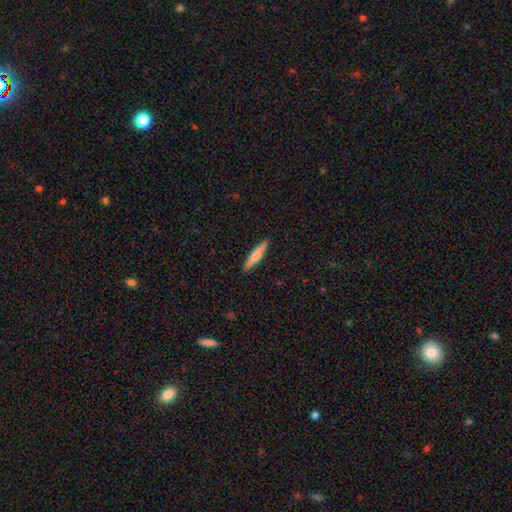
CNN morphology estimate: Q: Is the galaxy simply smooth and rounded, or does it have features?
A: smooth — 65%.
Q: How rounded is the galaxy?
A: cigar-shaped — 87%.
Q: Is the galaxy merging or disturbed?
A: none — 91%.